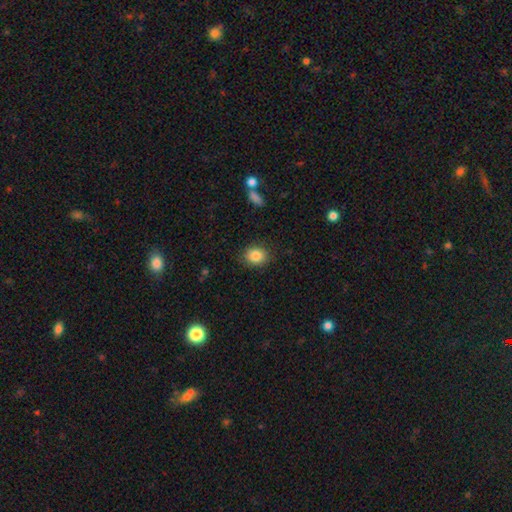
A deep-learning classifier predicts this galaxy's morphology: Smooth or featured?
  - smooth: 85% *
  - star or artifact: 9%
  - featured or disk: 6%
How rounded?
  - round: 55% *
  - in between: 44%
  - cigar-shaped: 1%
Merging?
  - none: 87% *
  - minor disturbance: 9%
  - major disturbance: 3%
  - merger: 1%